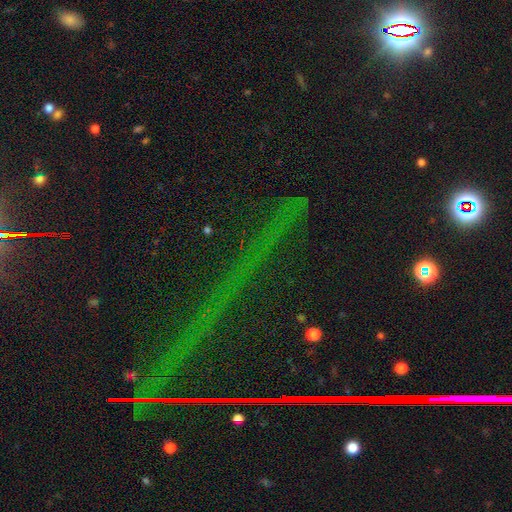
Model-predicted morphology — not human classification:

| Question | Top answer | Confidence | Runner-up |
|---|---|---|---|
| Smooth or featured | star or artifact | 84% | smooth (8%) |